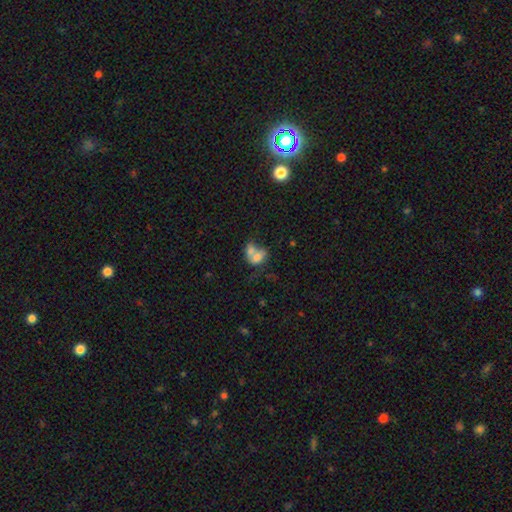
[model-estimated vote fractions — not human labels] Q: Smooth or featured?
A: smooth (69%); runner-up: featured or disk (21%)
Q: How rounded?
A: in between (67%); runner-up: round (32%)
Q: Merging?
A: merger (68%); runner-up: none (17%)